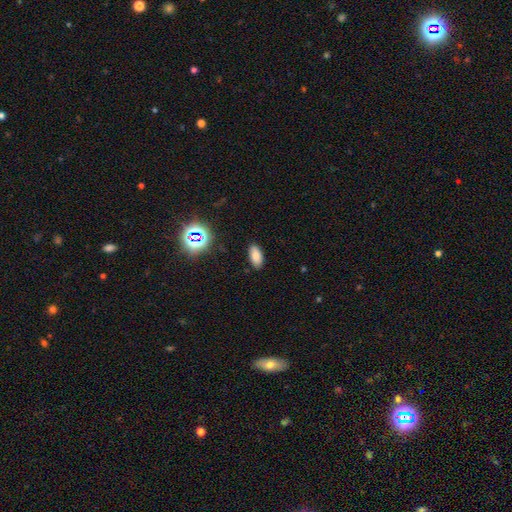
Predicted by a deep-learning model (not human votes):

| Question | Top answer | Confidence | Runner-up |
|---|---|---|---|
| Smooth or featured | smooth | 75% | star or artifact (15%) |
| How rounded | in between | 88% | cigar-shaped (8%) |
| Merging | none | 87% | minor disturbance (9%) |